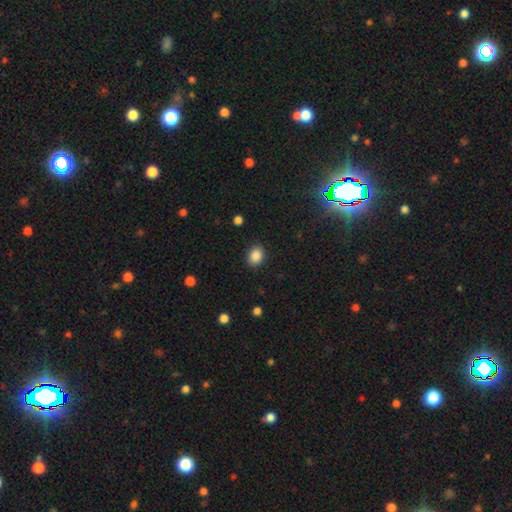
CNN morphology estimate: Smooth or featured? smooth (88%)
How rounded? in between (57%)
Merging? none (88%)